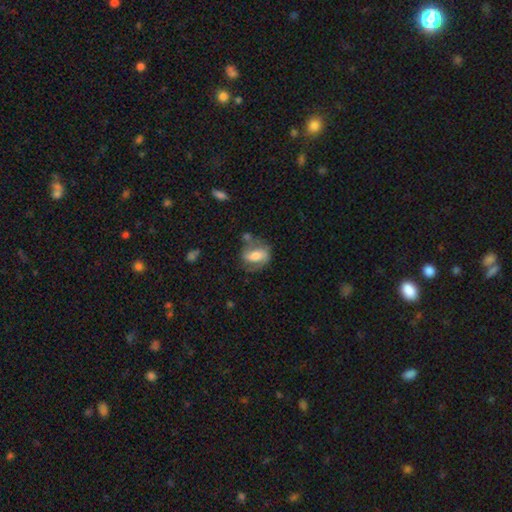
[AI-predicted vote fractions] featured or disk 49%, smooth 44%, star or artifact 7%. Down the decision tree: merging — none (52%).